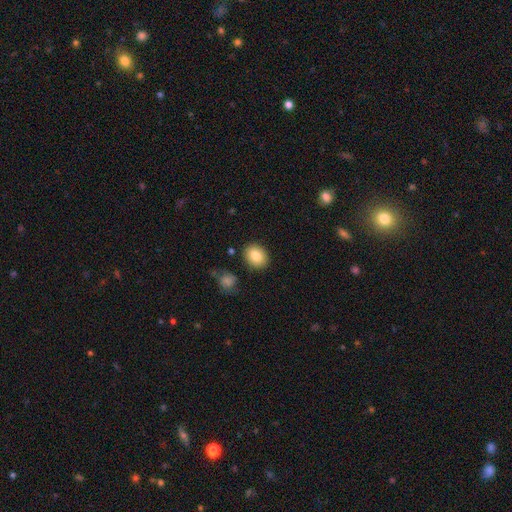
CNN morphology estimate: Q: Smooth or featured?
A: smooth (84%); runner-up: star or artifact (8%)
Q: How rounded?
A: round (57%); runner-up: in between (42%)
Q: Merging?
A: none (87%); runner-up: minor disturbance (8%)